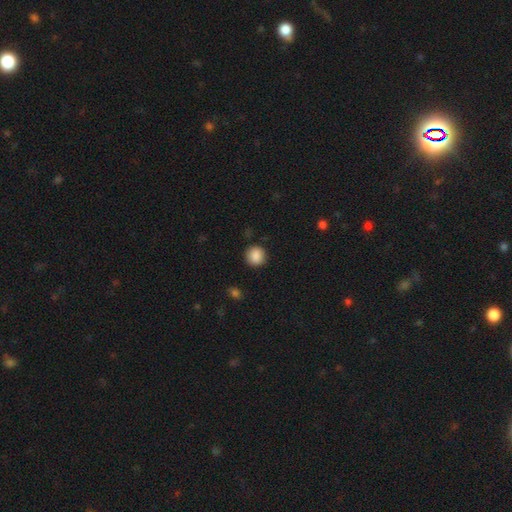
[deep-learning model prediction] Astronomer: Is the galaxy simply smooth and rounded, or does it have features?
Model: smooth — 88%.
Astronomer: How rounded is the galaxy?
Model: round — 88%.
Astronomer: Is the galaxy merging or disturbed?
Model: none — 87%.